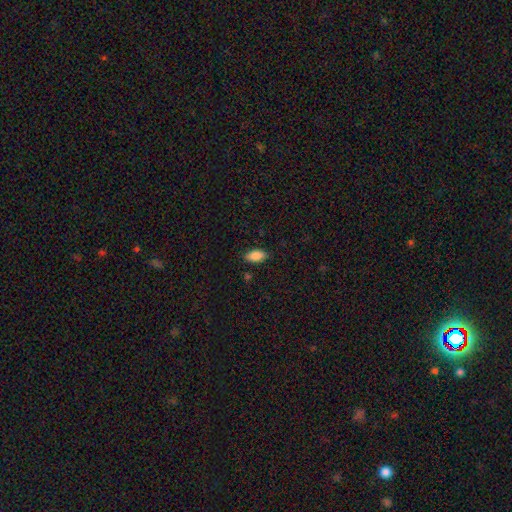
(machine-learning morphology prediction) type=smooth (87%); roundness=in between (92%); merging=none (85%).